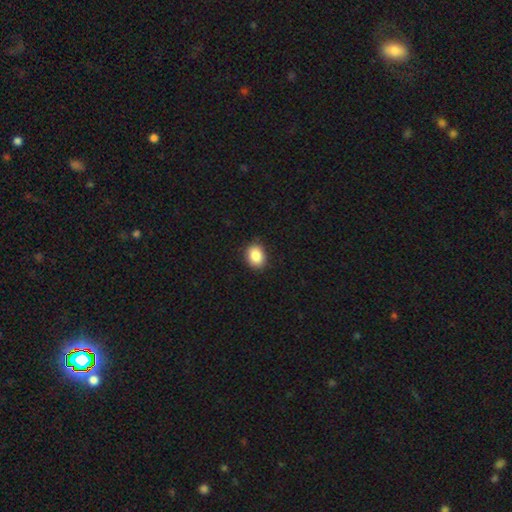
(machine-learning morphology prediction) Smooth or featured?
  - smooth: 88% *
  - star or artifact: 8%
  - featured or disk: 4%
How rounded?
  - in between: 57% *
  - round: 42%
  - cigar-shaped: 1%
Merging?
  - none: 88% *
  - minor disturbance: 9%
  - major disturbance: 2%
  - merger: 1%